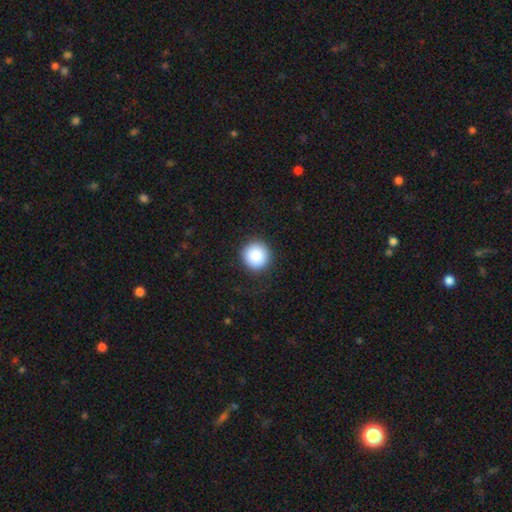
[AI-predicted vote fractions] Smooth or featured: smooth — 87% (star or artifact — 8%)
How rounded: round — 95% (in between — 4%)
Merging: none — 91% (minor disturbance — 6%)